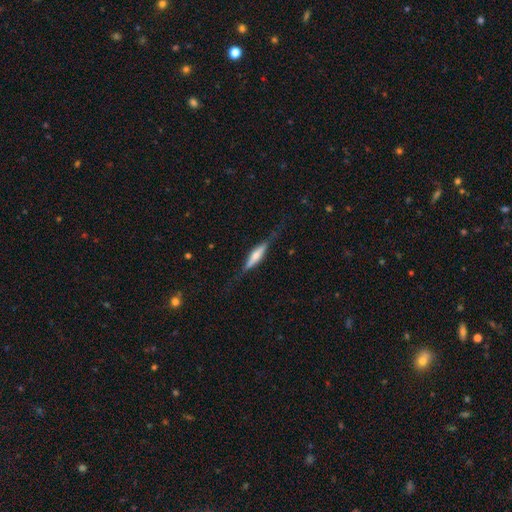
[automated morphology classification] Q: Smooth or featured?
A: featured or disk (58%); runner-up: smooth (36%)
Q: Edge-on disk?
A: yes (94%); runner-up: no (6%)
Q: Edge-on bulge?
A: rounded (68%); runner-up: boxy (21%)
Q: Merging?
A: none (76%); runner-up: minor disturbance (16%)